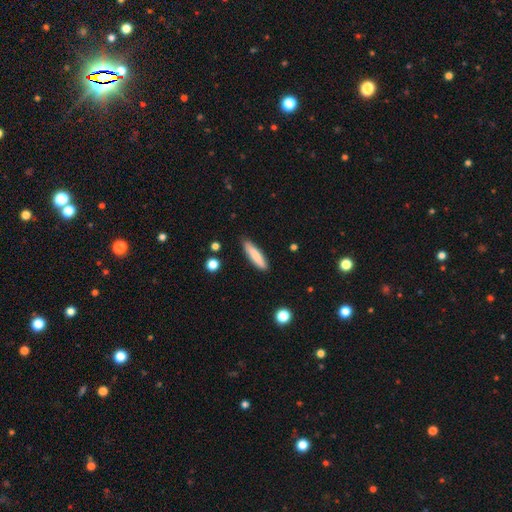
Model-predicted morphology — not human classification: Overall: smooth (82%). How rounded: cigar-shaped (80%). Merging: none (86%).